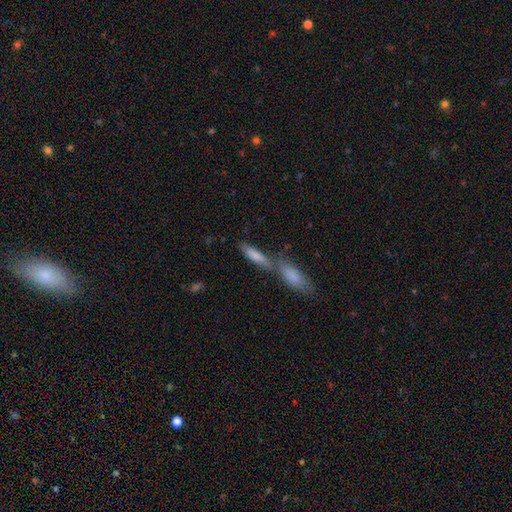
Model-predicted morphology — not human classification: Smooth or featured: smooth — 77% (featured or disk — 16%)
How rounded: cigar-shaped — 61% (in between — 37%)
Merging: merger — 49% (none — 36%)